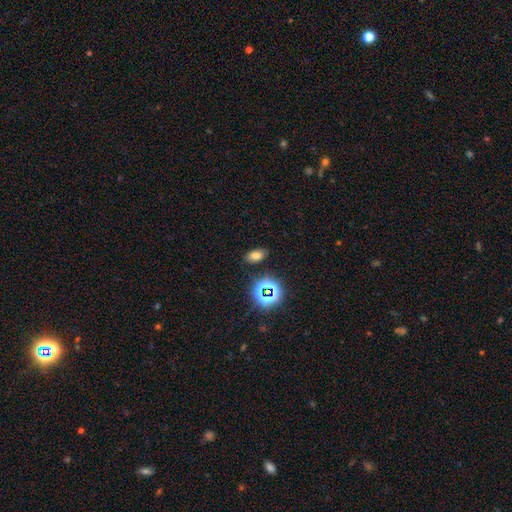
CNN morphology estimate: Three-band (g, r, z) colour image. It shows a smooth galaxy with no disk features (67%) that is in between round and cigar-shaped (88%). Merging: none (85%).